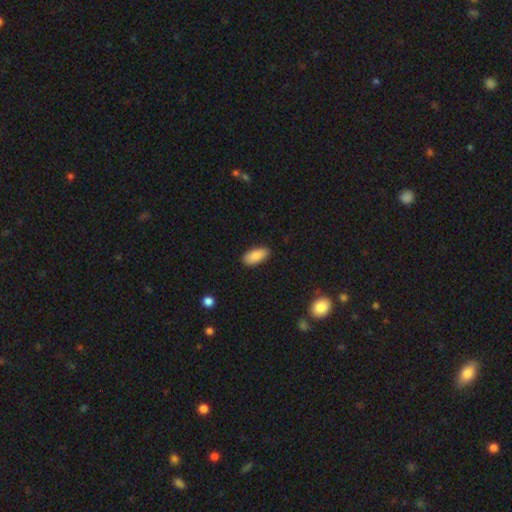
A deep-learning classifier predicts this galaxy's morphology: type=smooth (87%); roundness=in between (91%); merging=none (86%).